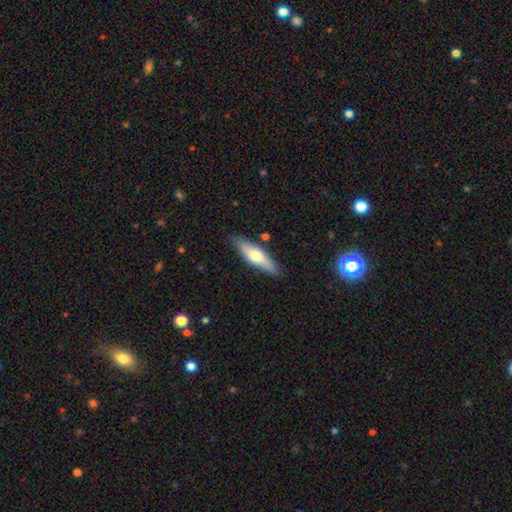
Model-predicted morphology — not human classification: This is possibly a smooth galaxy (57%). How rounded: likely cigar-shaped (62%). Merging: clearly none (84%).